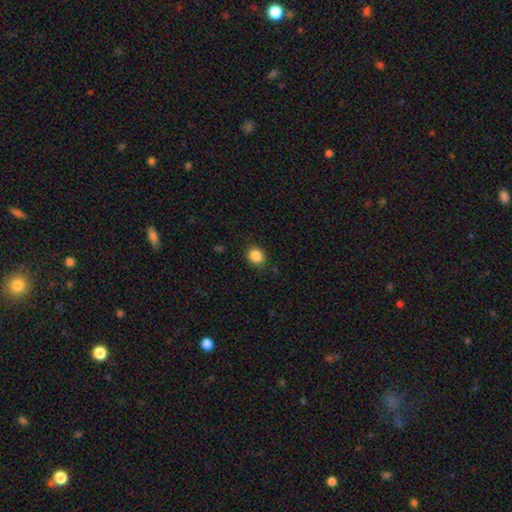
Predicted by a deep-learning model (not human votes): Smooth or featured?
  - smooth: 86% *
  - star or artifact: 10%
  - featured or disk: 4%
How rounded?
  - round: 74% *
  - in between: 25%
  - cigar-shaped: 1%
Merging?
  - none: 88% *
  - minor disturbance: 9%
  - major disturbance: 2%
  - merger: 1%